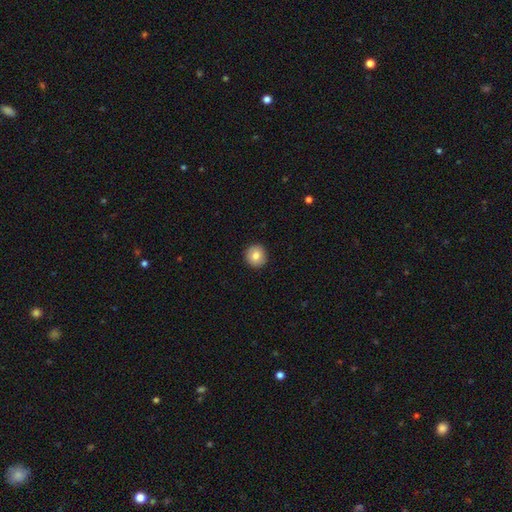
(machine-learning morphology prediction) type=smooth (80%); roundness=round (93%); merging=none (92%).